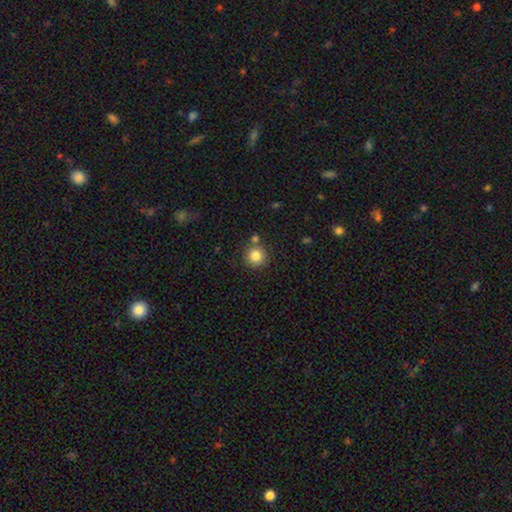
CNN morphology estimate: Smooth or featured?
  - smooth: 83% *
  - star or artifact: 11%
  - featured or disk: 6%
How rounded?
  - round: 94% *
  - in between: 6%
  - cigar-shaped: 1%
Merging?
  - none: 77% *
  - merger: 12%
  - minor disturbance: 9%
  - major disturbance: 3%